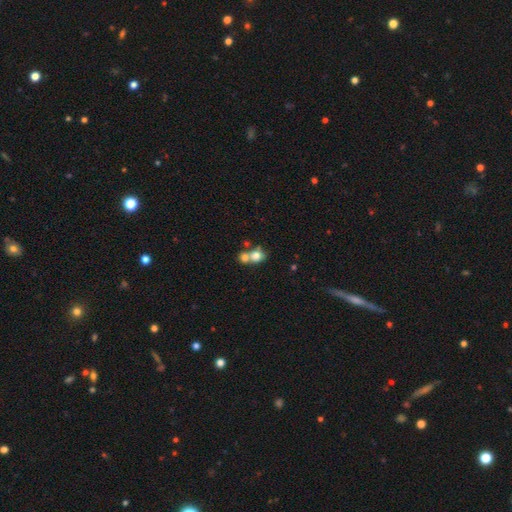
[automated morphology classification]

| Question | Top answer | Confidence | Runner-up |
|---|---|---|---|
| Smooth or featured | smooth | 74% | featured or disk (15%) |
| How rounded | round | 65% | in between (34%) |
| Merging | merger | 59% | none (29%) |